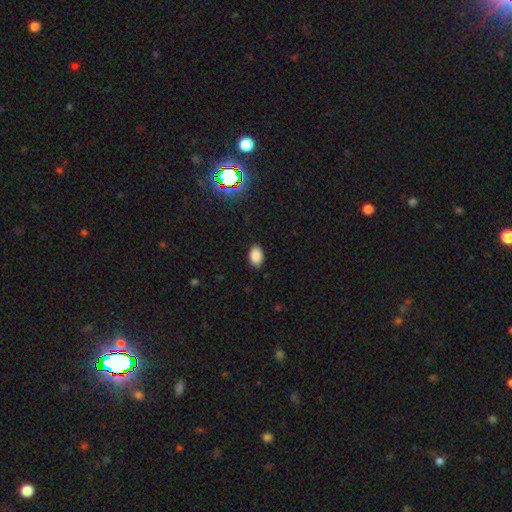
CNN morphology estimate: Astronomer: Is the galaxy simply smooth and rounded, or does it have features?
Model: smooth — 87%.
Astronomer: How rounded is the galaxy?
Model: in between — 86%.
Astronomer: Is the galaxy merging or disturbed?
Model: none — 88%.